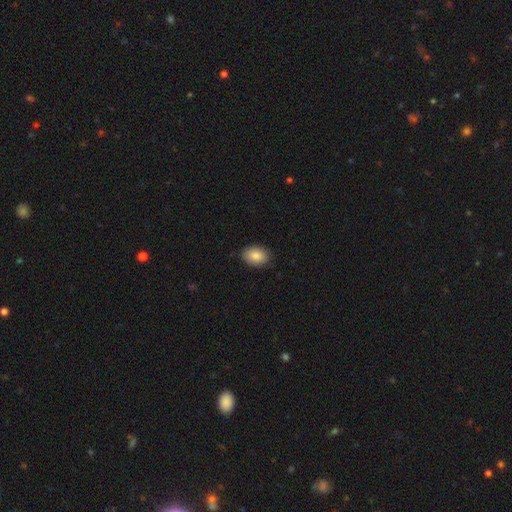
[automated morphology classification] This appears to be a smooth galaxy with no disk features (87%) that is in between round and cigar-shaped (81%). Merging: none (87%).